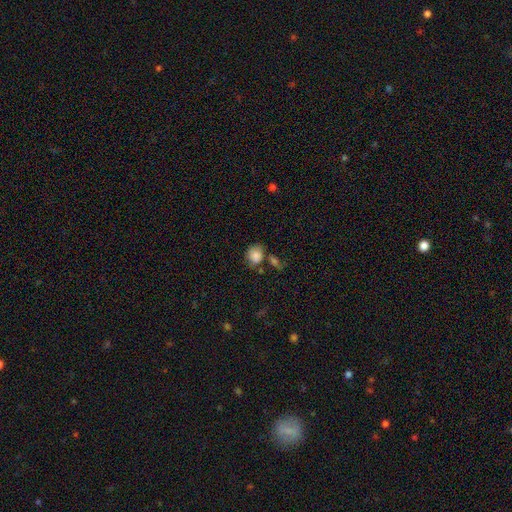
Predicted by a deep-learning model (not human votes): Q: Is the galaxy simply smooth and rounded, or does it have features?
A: smooth — 83%.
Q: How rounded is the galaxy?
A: round — 70%.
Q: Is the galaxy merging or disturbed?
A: none — 56%.